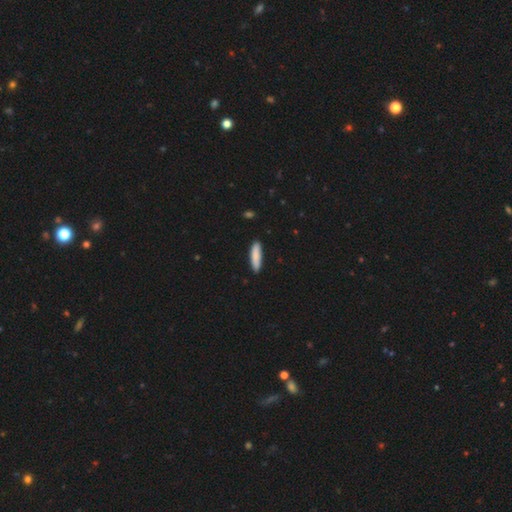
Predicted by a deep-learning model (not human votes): Smooth or featured: smooth — 87% (featured or disk — 8%)
How rounded: cigar-shaped — 73% (in between — 25%)
Merging: none — 88% (minor disturbance — 9%)